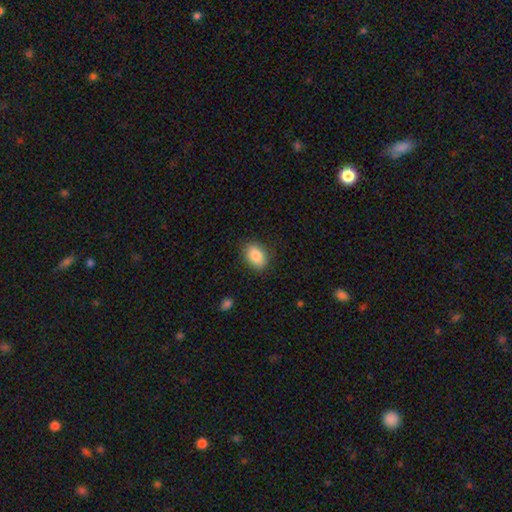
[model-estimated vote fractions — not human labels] This appears to be a smooth galaxy with no disk features (86%) that is in between round and cigar-shaped (87%). Merging: none (85%).